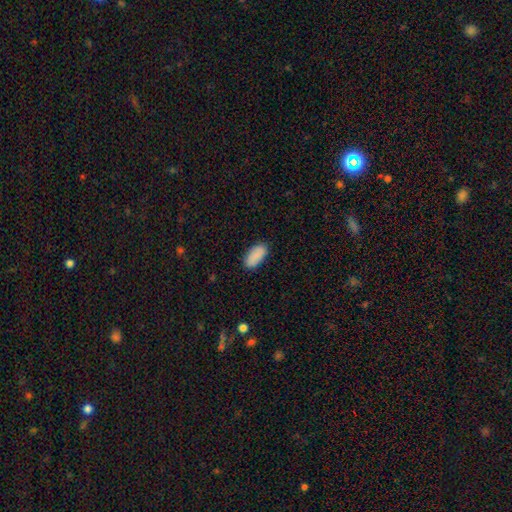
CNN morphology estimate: This appears to be a smooth galaxy with no disk features (88%) that is in between round and cigar-shaped (92%). Merging: none (86%).